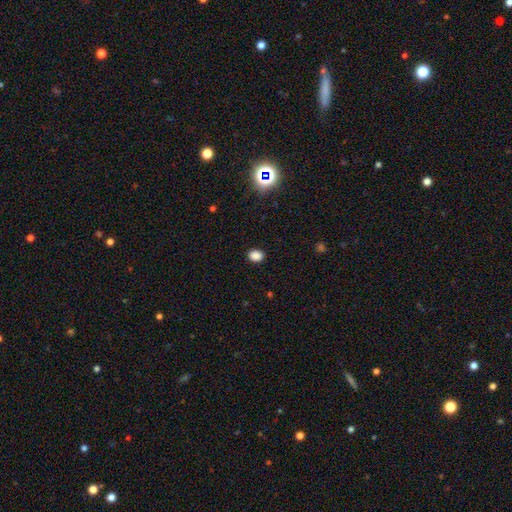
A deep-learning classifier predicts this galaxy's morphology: Smooth or featured? Predicted: smooth (p=0.85). How rounded? Predicted: in between (p=0.62). Merging? Predicted: none (p=0.89).